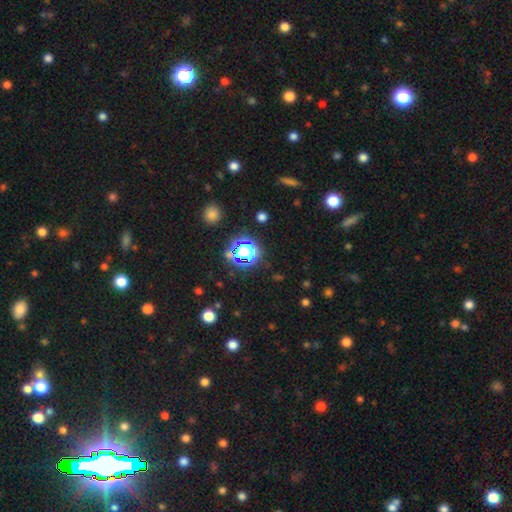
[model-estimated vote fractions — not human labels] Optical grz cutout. It shows a star or artifact, not a galaxy (74%).